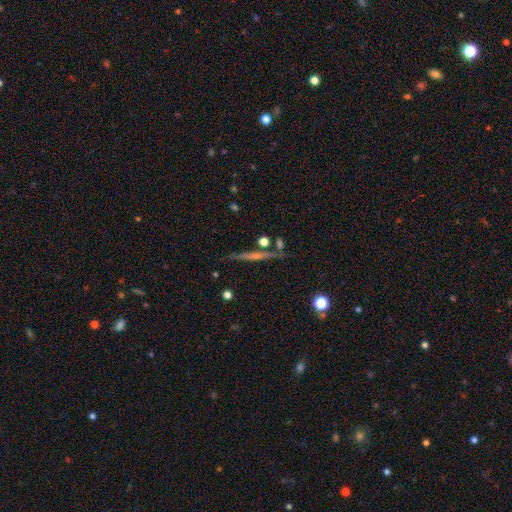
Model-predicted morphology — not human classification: This appears to be a featured or disk galaxy (65%) viewed edge-on (97%) with no central bulge (57%). Merging: none (85%).